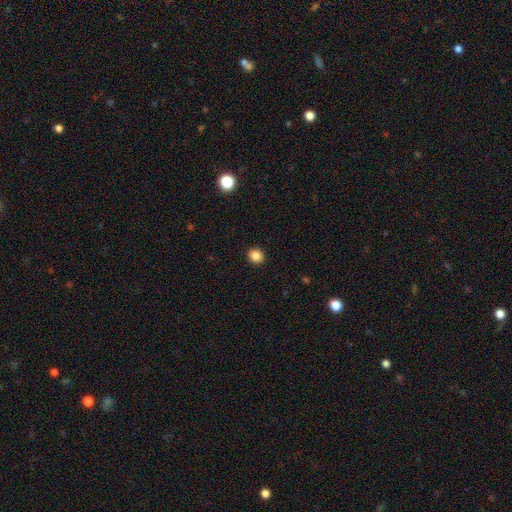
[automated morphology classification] This appears to be a smooth galaxy with no disk features (85%) that is round (79%). Merging: none (92%).